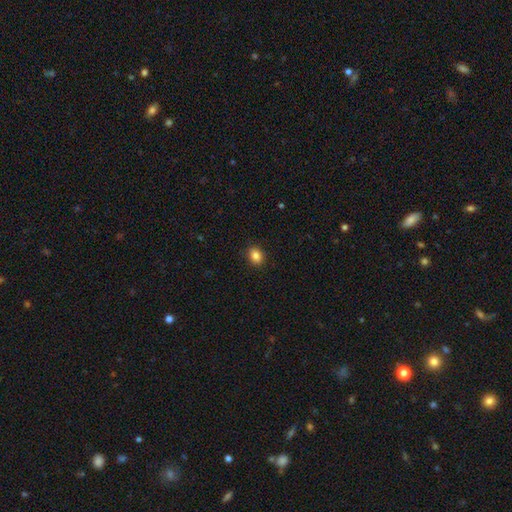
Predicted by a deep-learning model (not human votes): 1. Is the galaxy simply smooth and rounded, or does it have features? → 85% smooth, 10% star or artifact, 5% featured or disk.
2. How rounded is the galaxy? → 63% in between, 36% round, 1% cigar-shaped.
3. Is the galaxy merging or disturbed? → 89% none, 8% minor disturbance, 2% major disturbance, 1% merger.